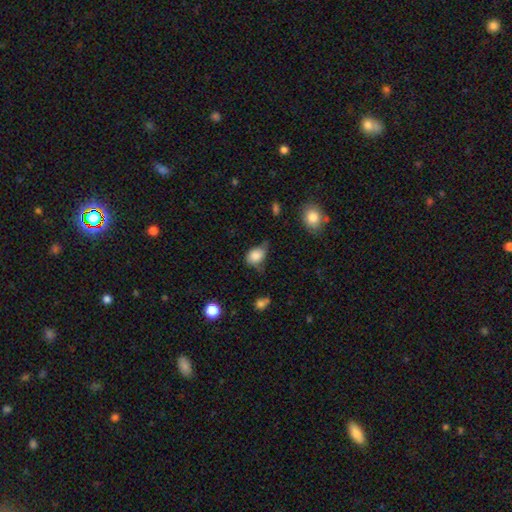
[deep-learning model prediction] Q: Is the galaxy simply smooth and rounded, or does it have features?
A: smooth — 83%.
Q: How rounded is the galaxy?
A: in between — 71%.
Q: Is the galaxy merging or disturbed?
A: minor disturbance — 43%.